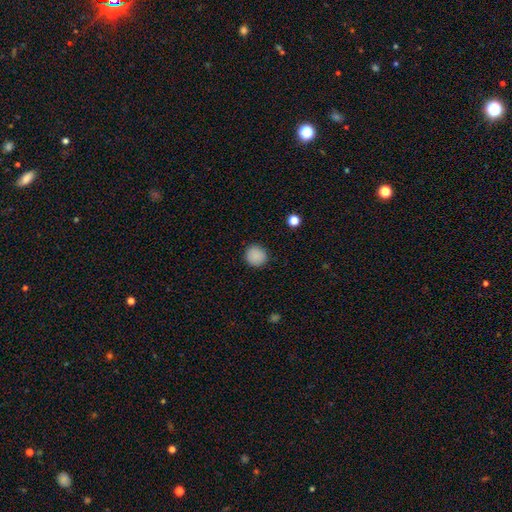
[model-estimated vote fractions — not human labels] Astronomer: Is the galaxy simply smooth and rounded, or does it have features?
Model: smooth — 88%.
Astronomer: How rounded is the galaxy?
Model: round — 93%.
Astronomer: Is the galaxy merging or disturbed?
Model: none — 91%.